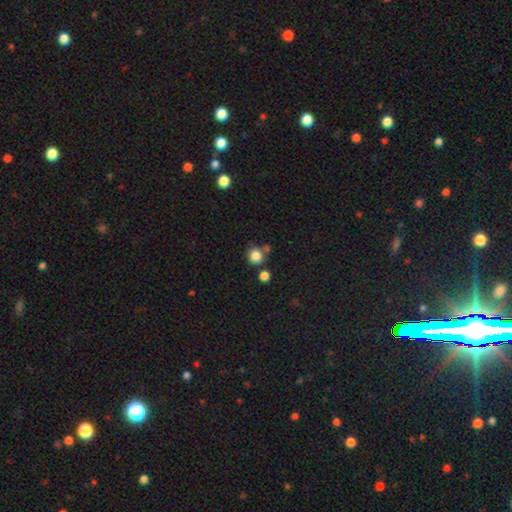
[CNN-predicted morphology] Q: Smooth or featured?
A: smooth (84%); runner-up: star or artifact (11%)
Q: How rounded?
A: round (89%); runner-up: in between (10%)
Q: Merging?
A: none (71%); runner-up: merger (15%)